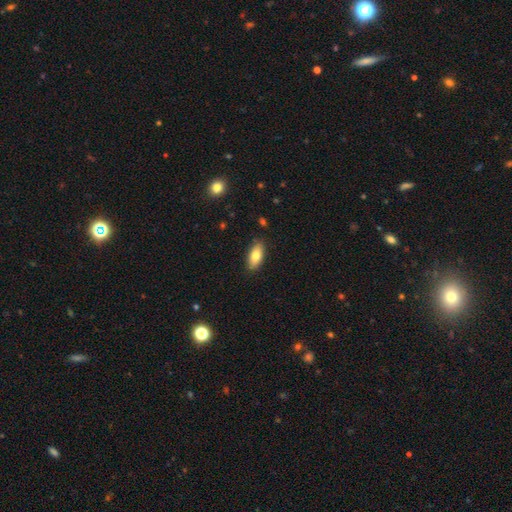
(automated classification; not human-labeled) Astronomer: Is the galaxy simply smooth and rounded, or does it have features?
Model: smooth — 78%.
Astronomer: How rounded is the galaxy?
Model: in between — 85%.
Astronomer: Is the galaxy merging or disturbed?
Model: none — 87%.